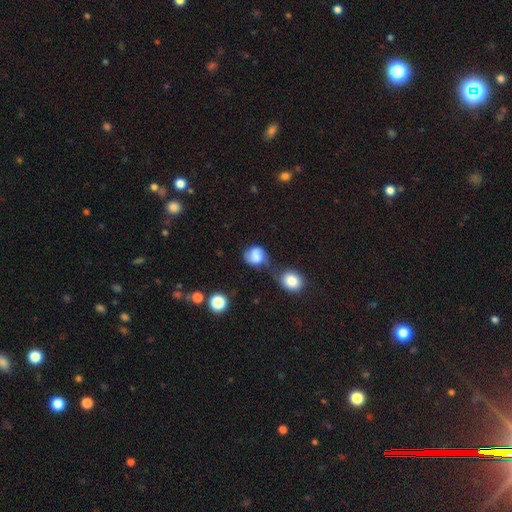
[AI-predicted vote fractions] Smooth or featured? Predicted: smooth (p=0.74). How rounded? Predicted: round (p=0.70). Merging? Predicted: none (p=0.32).